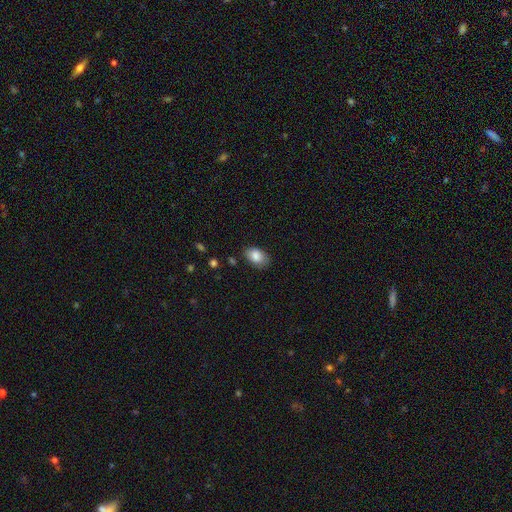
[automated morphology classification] Q: Smooth or featured?
A: smooth (86%); runner-up: star or artifact (7%)
Q: How rounded?
A: in between (88%); runner-up: round (11%)
Q: Merging?
A: none (76%); runner-up: minor disturbance (19%)